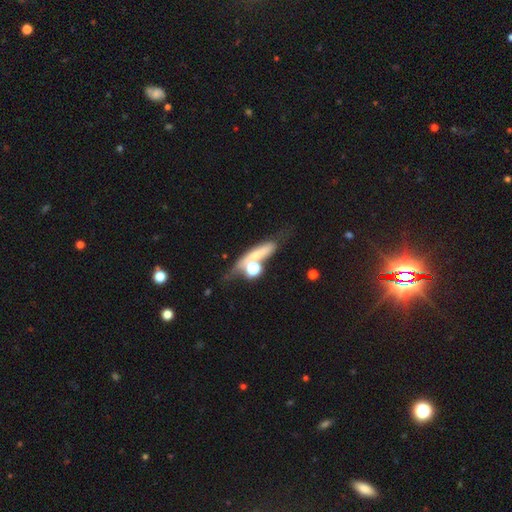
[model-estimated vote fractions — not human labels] Smooth or featured: smooth — 54% (featured or disk — 33%)
How rounded: cigar-shaped — 46% (in between — 32%)
Merging: none — 38% (merger — 25%)